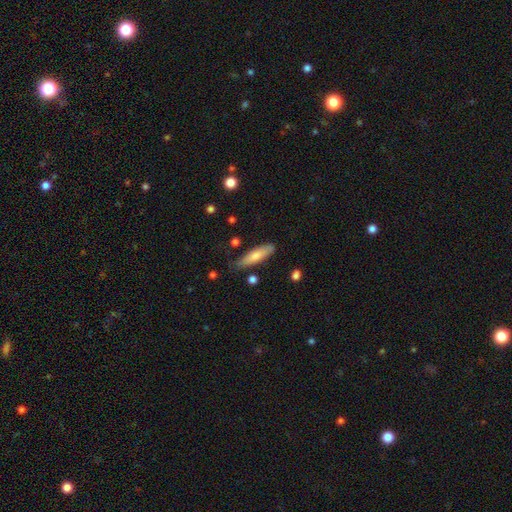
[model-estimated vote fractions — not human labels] The model was most divided on "how rounded": cigar-shaped: 68%, in between: 31%, round: 2%. More confident: merging — none (77%); smooth or featured — smooth (74%).